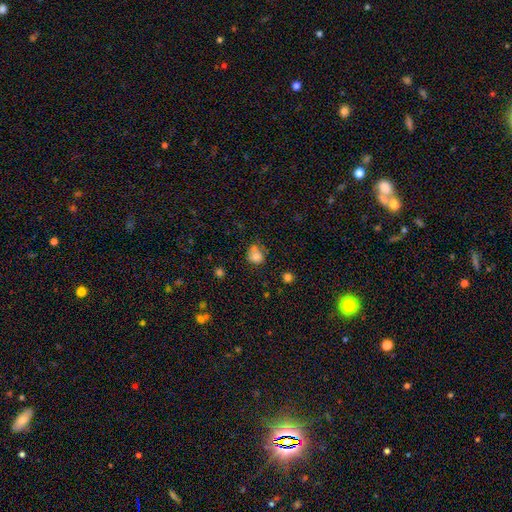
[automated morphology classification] Q: Smooth or featured?
A: smooth (78%); runner-up: star or artifact (12%)
Q: How rounded?
A: round (69%); runner-up: in between (30%)
Q: Merging?
A: none (49%); runner-up: minor disturbance (25%)